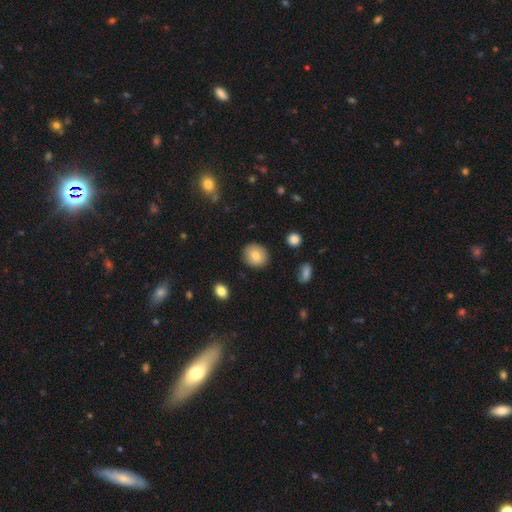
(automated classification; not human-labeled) smooth-or-featured: smooth: 80% | featured or disk: 12% | star or artifact: 8%
  how-rounded: round: 83% | in between: 16% | cigar-shaped: 1%
  merging: none: 88% | minor disturbance: 8% | major disturbance: 2% | merger: 1%